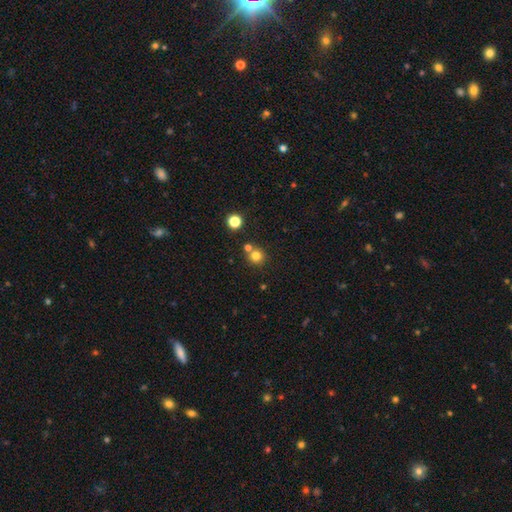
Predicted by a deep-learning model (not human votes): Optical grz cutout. It shows a smooth galaxy with no disk features (78%) that is round (92%). Merging: none (71%).